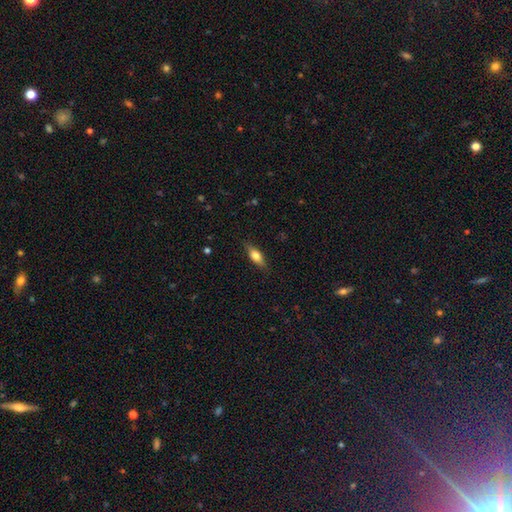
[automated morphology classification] Smooth or featured? Predicted: smooth (p=0.69). How rounded? Predicted: in between (p=0.64). Merging? Predicted: none (p=0.84).